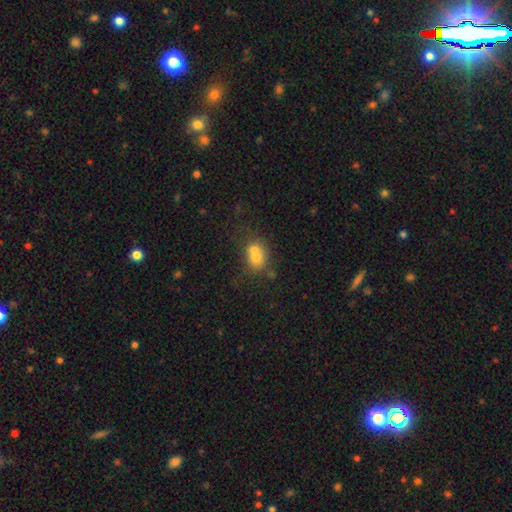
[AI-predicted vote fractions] smooth-or-featured: smooth: 69% | featured or disk: 19% | star or artifact: 12%
  how-rounded: in between: 55% | round: 44% | cigar-shaped: 1%
  merging: merger: 50% | none: 33% | minor disturbance: 12% | major disturbance: 5%